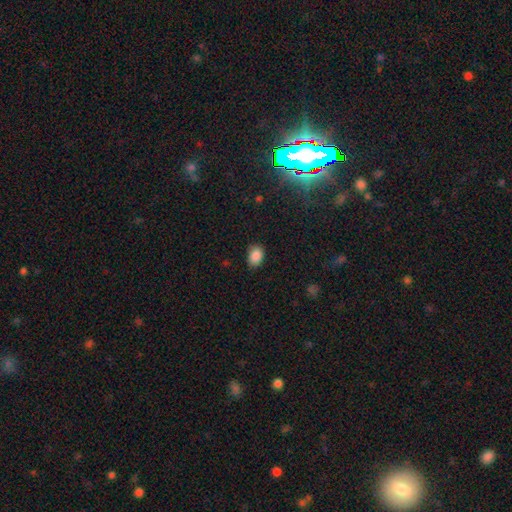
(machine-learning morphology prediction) Smooth or featured?
  - smooth: 88% *
  - star or artifact: 9%
  - featured or disk: 4%
How rounded?
  - in between: 81% *
  - round: 18%
  - cigar-shaped: 1%
Merging?
  - none: 83% *
  - minor disturbance: 13%
  - major disturbance: 3%
  - merger: 1%